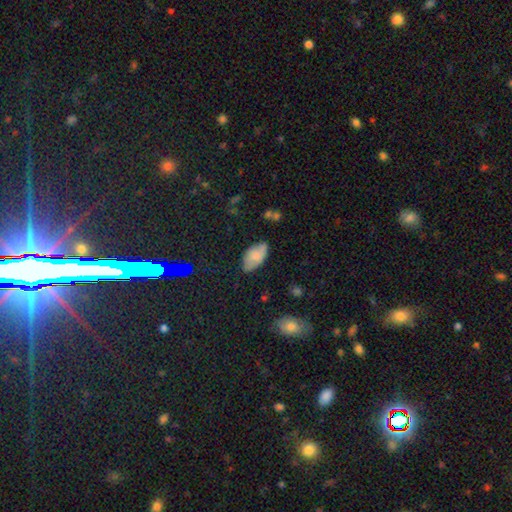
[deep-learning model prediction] A smooth galaxy with no disk features (74%) that is in between round and cigar-shaped (94%).

Vote fractions:
- Smooth or featured? smooth: 74% / featured or disk: 17% / star or artifact: 9%
- How rounded? in between: 94% / round: 3% / cigar-shaped: 3%
- Merging? none: 66% / minor disturbance: 25% / major disturbance: 6% / merger: 3%